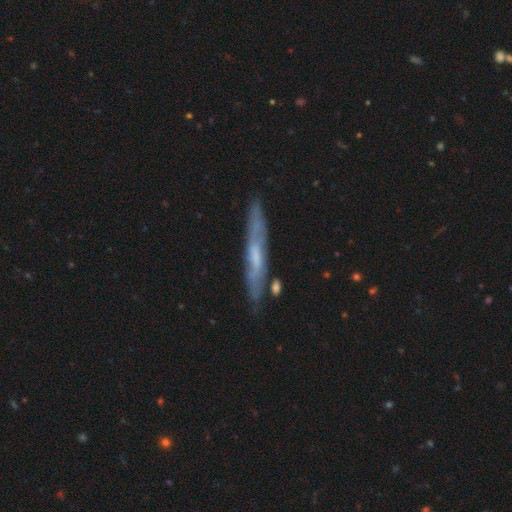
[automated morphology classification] smooth_or_featured: featured or disk (p=0.61) [alt: smooth p=0.32]
disk_edge_on: yes (p=0.81) [alt: no p=0.19]
merging: none (p=0.80) [alt: minor disturbance p=0.15]